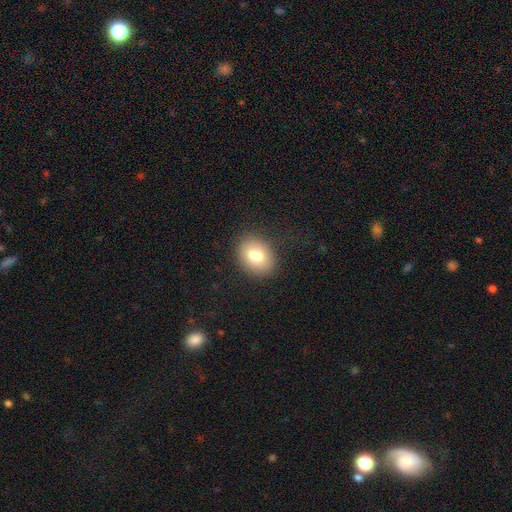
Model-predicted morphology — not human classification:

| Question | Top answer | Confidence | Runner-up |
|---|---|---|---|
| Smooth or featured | smooth | 77% | featured or disk (13%) |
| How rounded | in between | 52% | round (47%) |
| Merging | none | 86% | minor disturbance (9%) |